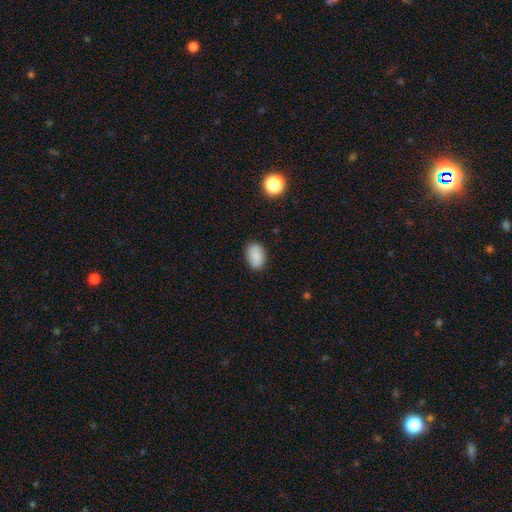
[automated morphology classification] smooth 85%, star or artifact 8%, featured or disk 6%. Down the decision tree: how rounded — in between (83%); merging — none (85%).